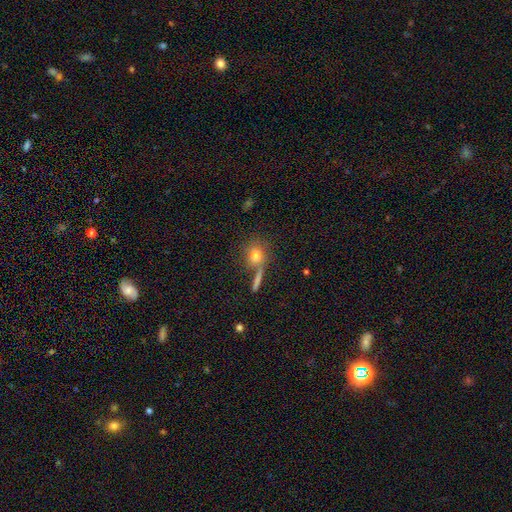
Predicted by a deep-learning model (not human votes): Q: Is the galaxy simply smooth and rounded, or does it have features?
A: smooth — 74%.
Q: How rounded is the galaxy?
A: round — 74%.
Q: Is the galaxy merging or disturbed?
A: none — 65%.